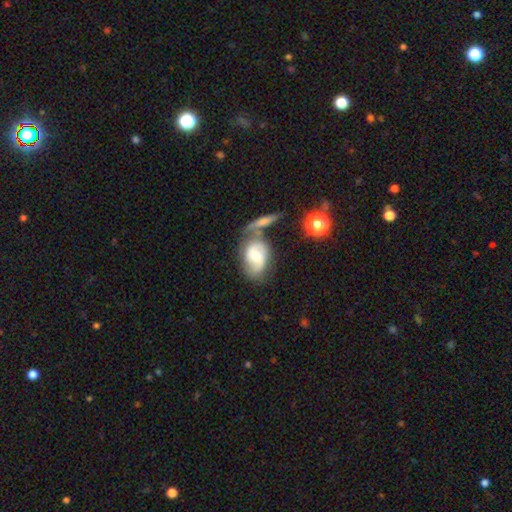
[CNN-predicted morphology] A featured or disk galaxy (54%) with no bar (52%), spiral arms (83%) and a moderate central bulge (54%).

Vote fractions:
- Smooth or featured? featured or disk: 54% / smooth: 39% / star or artifact: 8%
- Edge-on disk? no: 93% / yes: 7%
- Bar? no: 52% / weak: 38% / strong: 9%
- Spiral arms? yes: 83% / no: 17%
- Bulge size? moderate: 54% / small: 32% / large: 10% / none: 3% / dominant: 2%
- Merging? none: 39% / merger: 32% / minor disturbance: 19% / major disturbance: 10%